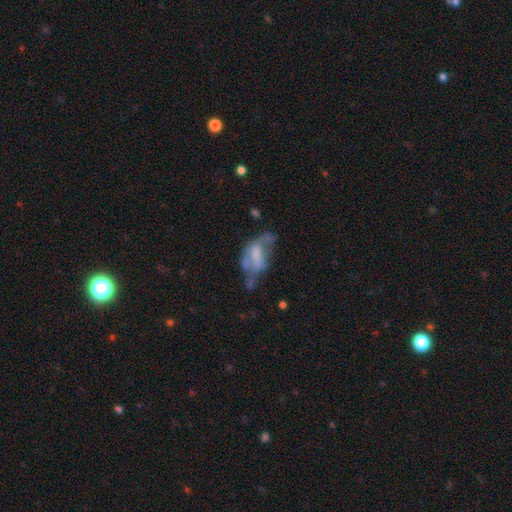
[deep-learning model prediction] smooth_or_featured: featured or disk (p=0.50) [alt: smooth p=0.39]
disk_edge_on: no (p=0.93) [alt: yes p=0.07]
merging: major disturbance (p=0.40) [alt: none p=0.24]